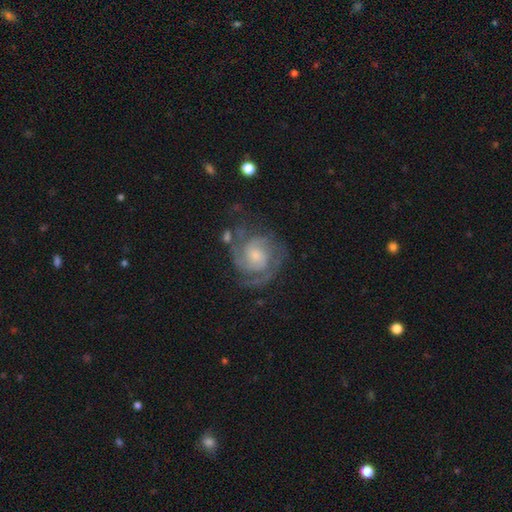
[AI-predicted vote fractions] A featured or disk galaxy (87%) with no bar (65%), 2 (49%) tight (55%) spiral arms (97%) and a small central bulge (54%). Merging: none (66%).